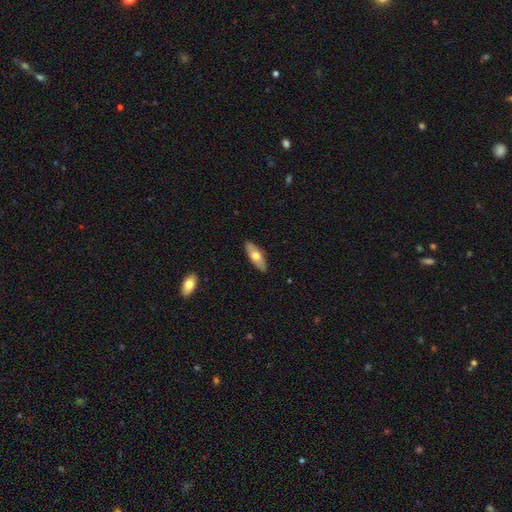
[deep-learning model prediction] Morphology: type=smooth (60%); roundness=in between (71%); merging=none (89%).